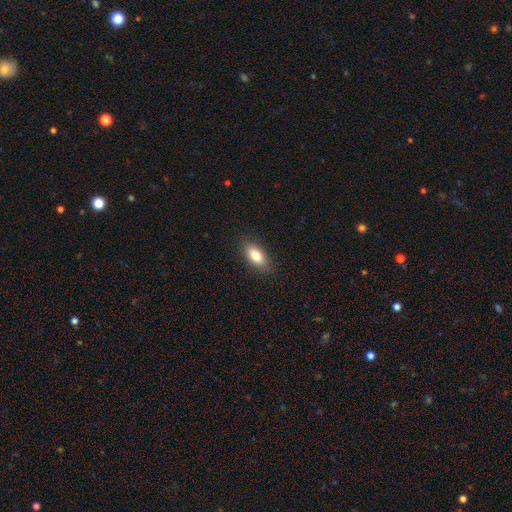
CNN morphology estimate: type=smooth (81%); roundness=in between (85%); merging=none (86%).